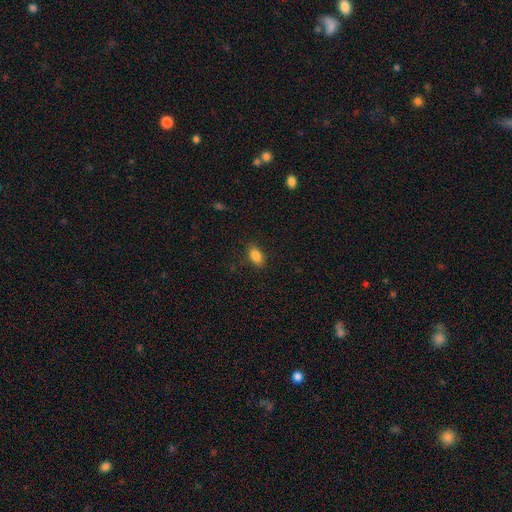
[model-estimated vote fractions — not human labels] Overall: smooth (86%). How rounded: in between (89%). Merging: none (86%).